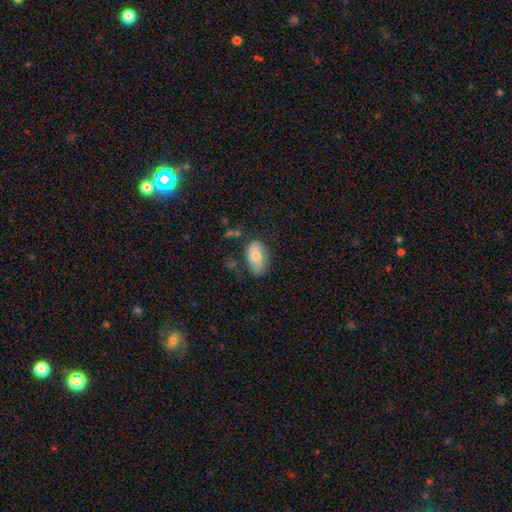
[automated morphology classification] Smooth or featured? Predicted: smooth (p=0.71). How rounded? Predicted: in between (p=0.93). Merging? Predicted: none (p=0.61).